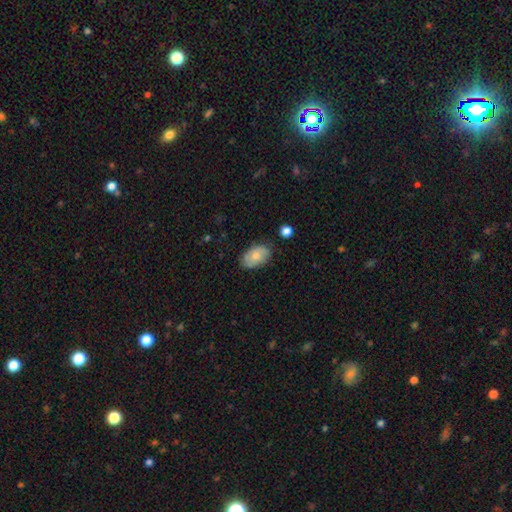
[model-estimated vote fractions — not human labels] A smooth galaxy with no disk features (73%) that is in between round and cigar-shaped (91%). Merging: none (78%).